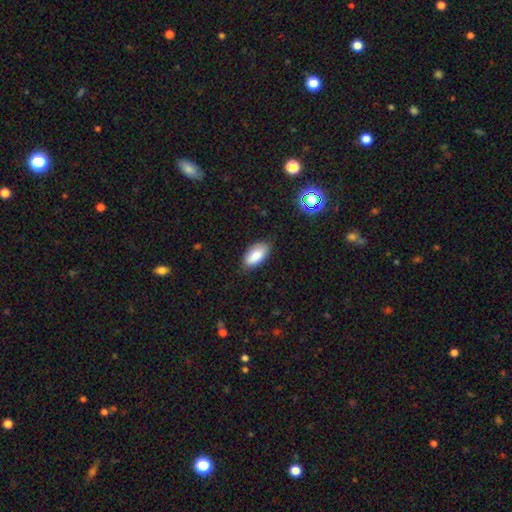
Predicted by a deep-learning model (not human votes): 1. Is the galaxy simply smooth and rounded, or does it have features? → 86% smooth, 7% featured or disk, 7% star or artifact.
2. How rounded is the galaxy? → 93% in between, 4% cigar-shaped, 2% round.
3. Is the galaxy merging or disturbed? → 82% none, 15% minor disturbance, 3% major disturbance, 1% merger.